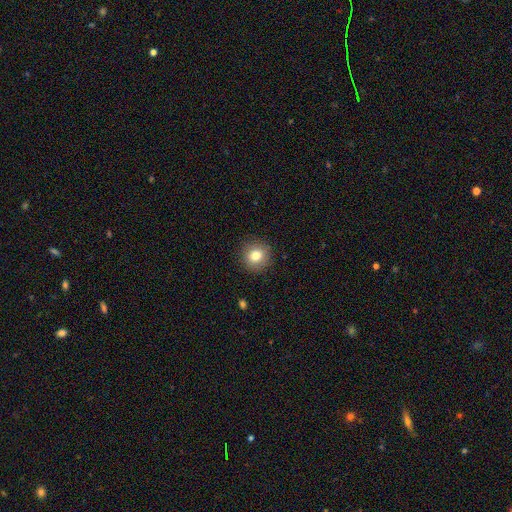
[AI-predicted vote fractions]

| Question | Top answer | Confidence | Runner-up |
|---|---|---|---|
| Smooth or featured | smooth | 81% | star or artifact (10%) |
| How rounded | round | 91% | in between (8%) |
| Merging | none | 90% | minor disturbance (7%) |